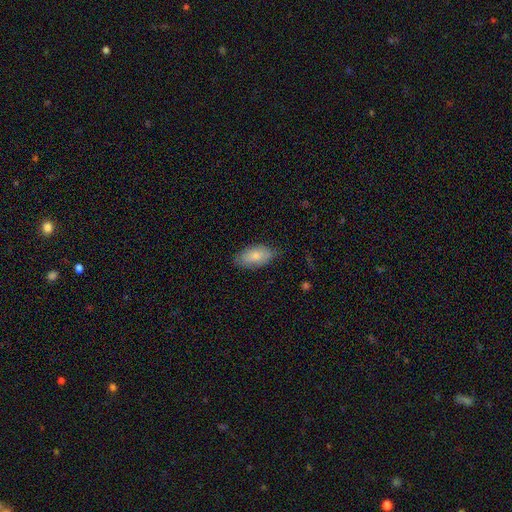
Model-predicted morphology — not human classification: type=smooth (79%); roundness=in between (93%); merging=none (75%).